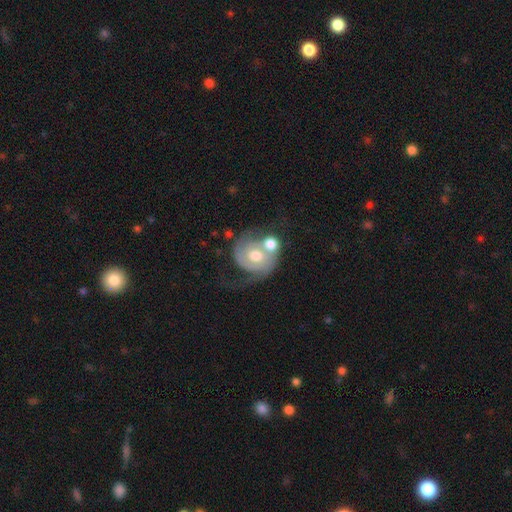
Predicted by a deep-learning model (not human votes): Smooth or featured: featured or disk — 73% (smooth — 21%)
Edge-on disk: no — 98% (yes — 2%)
Bar: no — 68% (weak — 27%)
Spiral arms: yes — 88% (no — 12%)
Spiral winding: medium — 38% (tied with tight — 38%)
Spiral arm count: 2 — 64% (1 — 22%)
Bulge size: moderate — 69% (large — 15%)
Merging: merger — 47% (none — 25%)